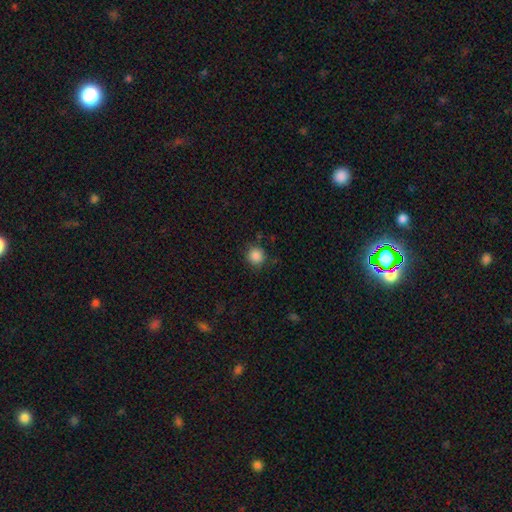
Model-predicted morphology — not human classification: smooth 86%, star or artifact 10%, featured or disk 3%. Down the decision tree: how rounded — round (93%); merging — none (84%).